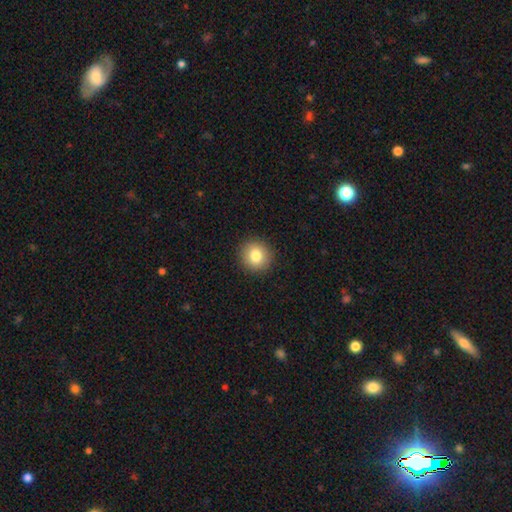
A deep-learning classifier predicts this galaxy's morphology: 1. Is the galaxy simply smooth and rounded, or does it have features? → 82% smooth, 10% star or artifact, 8% featured or disk.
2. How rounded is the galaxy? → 91% round, 8% in between, 1% cigar-shaped.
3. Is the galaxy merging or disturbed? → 92% none, 5% minor disturbance, 2% major disturbance, 1% merger.